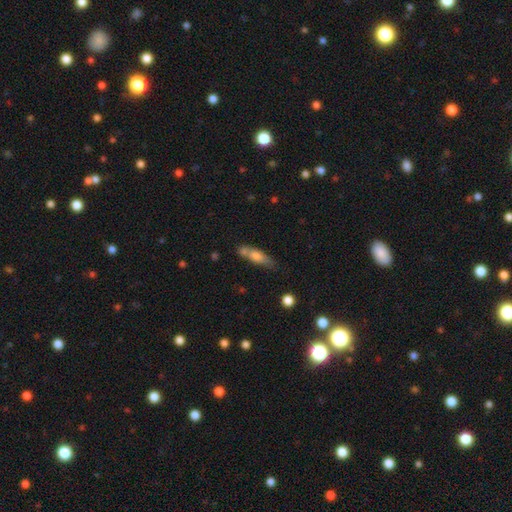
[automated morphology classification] A smooth galaxy with no disk features (67%) that is cigar-shaped (58%).

Vote fractions:
- Smooth or featured? smooth: 67% / featured or disk: 25% / star or artifact: 8%
- How rounded? cigar-shaped: 58% / in between: 39% / round: 3%
- Merging? none: 53% / minor disturbance: 21% / merger: 20% / major disturbance: 6%